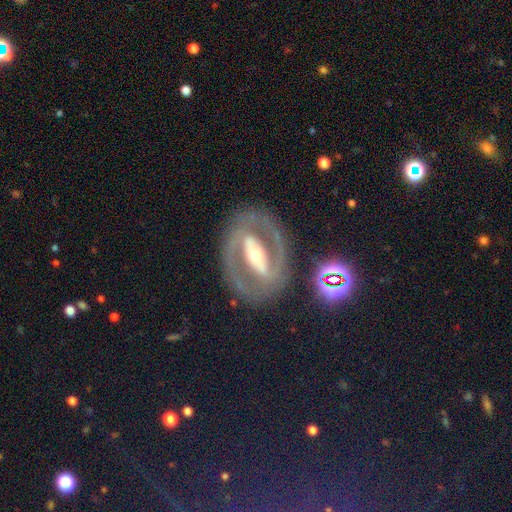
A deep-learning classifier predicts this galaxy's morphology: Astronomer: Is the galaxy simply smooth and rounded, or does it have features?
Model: featured or disk — 85%.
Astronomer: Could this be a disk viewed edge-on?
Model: no — 93%.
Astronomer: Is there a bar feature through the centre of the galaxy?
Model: strong — 70%.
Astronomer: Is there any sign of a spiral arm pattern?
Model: yes — 73%.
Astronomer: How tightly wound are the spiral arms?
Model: tight — 47% (runner-up: medium, 41%).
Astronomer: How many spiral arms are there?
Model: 2 — 84%.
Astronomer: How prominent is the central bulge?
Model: moderate — 57% (runner-up: small, 34%).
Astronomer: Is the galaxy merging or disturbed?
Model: none — 81%.